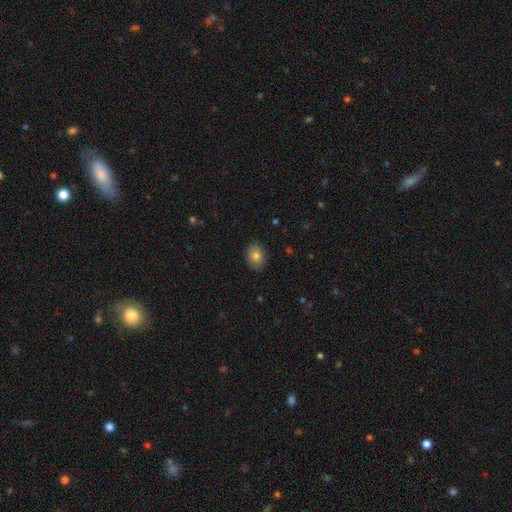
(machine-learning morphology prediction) A smooth galaxy with no disk features (83%) that is in between round and cigar-shaped (76%). Merging: none (86%).